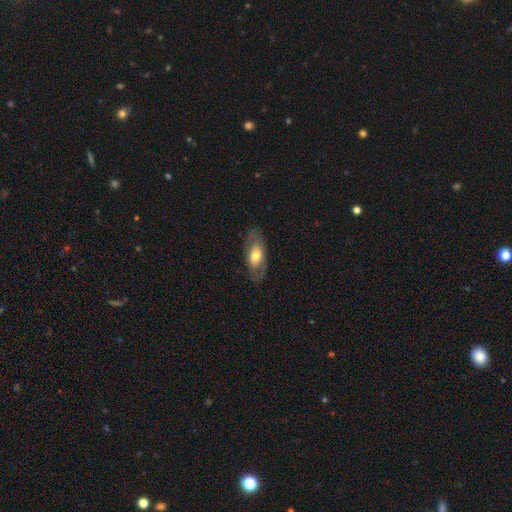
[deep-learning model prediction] smooth_or_featured: smooth (p=0.50) [alt: featured or disk p=0.44]
merging: none (p=0.79) [alt: minor disturbance p=0.14]